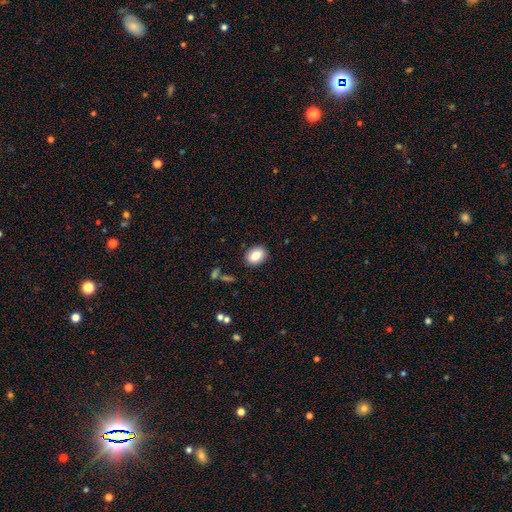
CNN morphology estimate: Smooth or featured?
  - smooth: 83% *
  - featured or disk: 8%
  - star or artifact: 8%
How rounded?
  - in between: 68% *
  - round: 31%
  - cigar-shaped: 1%
Merging?
  - none: 88% *
  - minor disturbance: 8%
  - major disturbance: 2%
  - merger: 1%